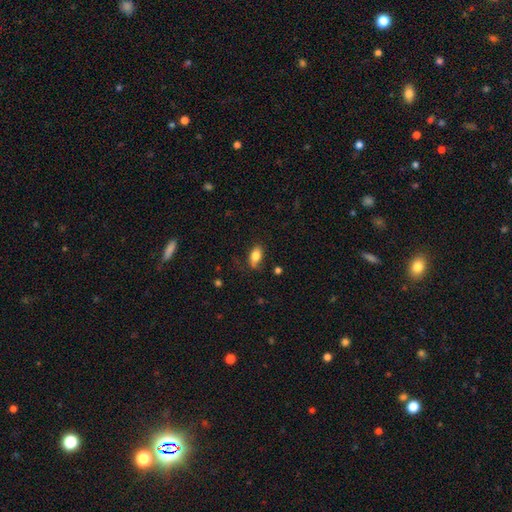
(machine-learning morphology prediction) Smooth or featured: smooth — 82% (featured or disk — 10%)
How rounded: in between — 89% (round — 6%)
Merging: none — 72% (minor disturbance — 20%)